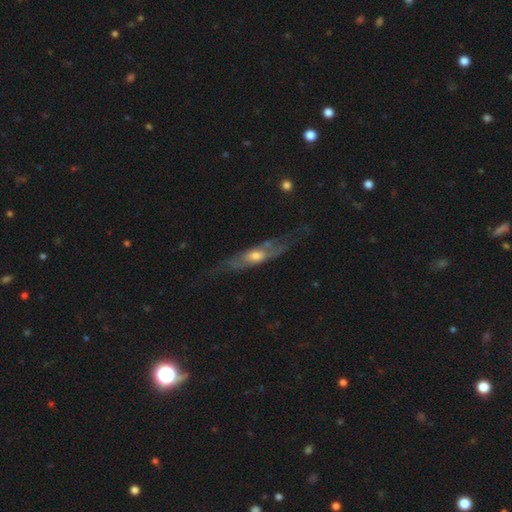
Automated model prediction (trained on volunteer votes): Morphology: type=featured or disk (72%); edge-on=yes (51%); merging=none (59%).